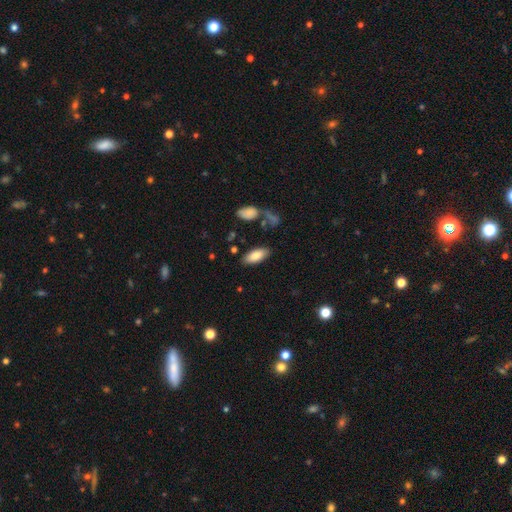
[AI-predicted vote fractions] smooth 83%, featured or disk 11%, star or artifact 7%. Down the decision tree: how rounded — in between (85%); merging — none (81%).